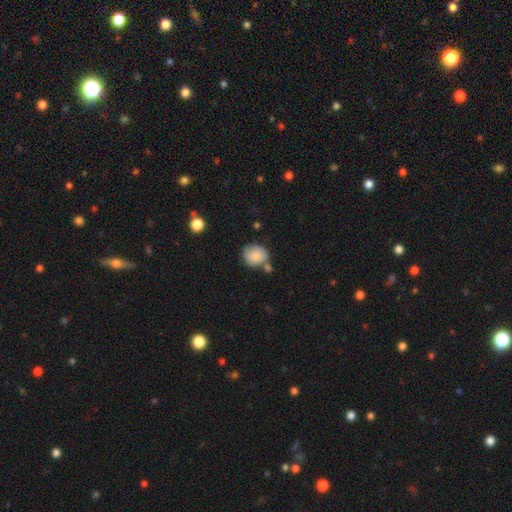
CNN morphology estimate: This appears to be a smooth galaxy with no disk features (83%) that is round (79%). Merging: none (57%).